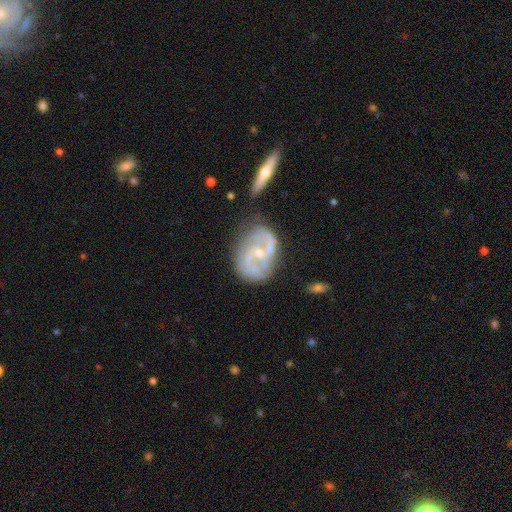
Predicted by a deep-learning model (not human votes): Morphology: type=featured or disk (81%); edge-on=no (96%); bar=no (47%); spiral arms=yes (91%); winding=medium (45%); arm count=2 (71%); bulge=small (67%); merging=none (65%).